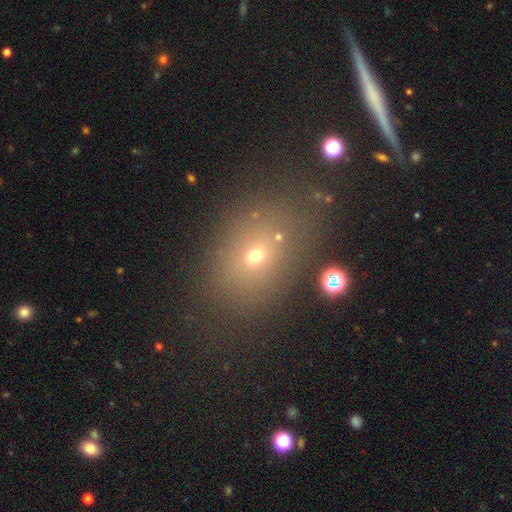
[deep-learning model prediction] The model was most divided on "how rounded": in between: 59%, round: 39%, cigar-shaped: 2%. More confident: merging — none (70%); smooth or featured — smooth (61%).